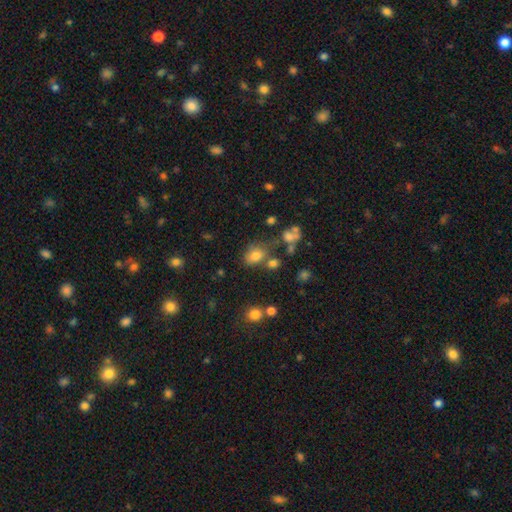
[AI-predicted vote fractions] This is likely a smooth galaxy (75%). How rounded: likely in between (67%). Merging: possibly none (59%).